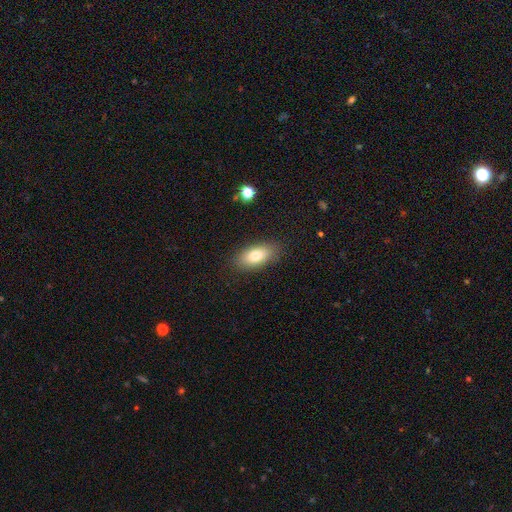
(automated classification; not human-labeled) The model was most divided on "smooth or featured": smooth: 77%, featured or disk: 15%, star or artifact: 8%. More confident: how rounded — in between (88%); merging — none (86%).